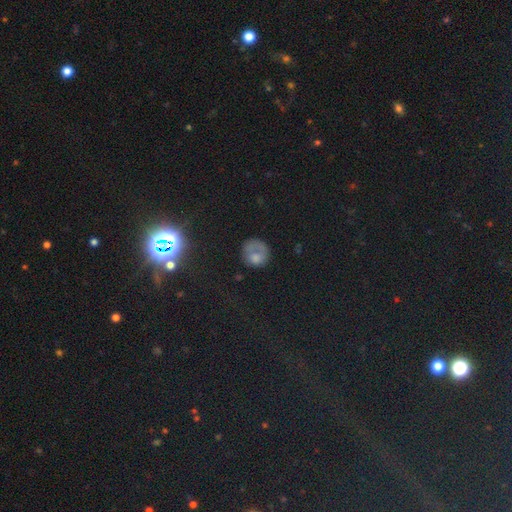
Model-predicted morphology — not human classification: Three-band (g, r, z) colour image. It shows a smooth galaxy with no disk features (65%) that is round (80%). Merging: none (48%).